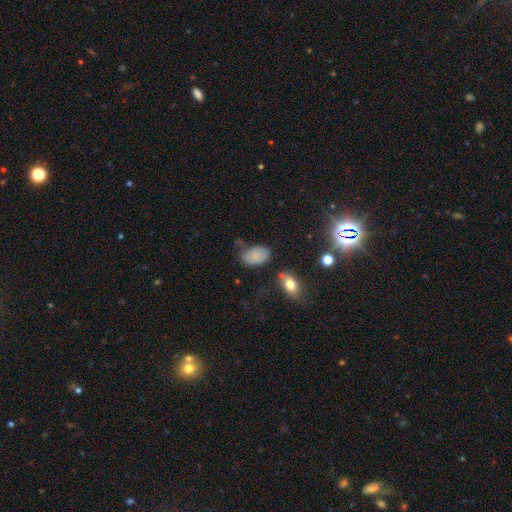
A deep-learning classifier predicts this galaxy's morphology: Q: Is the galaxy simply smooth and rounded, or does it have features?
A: smooth — 78%.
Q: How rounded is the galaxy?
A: in between — 89%.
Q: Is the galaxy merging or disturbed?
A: none — 47%.